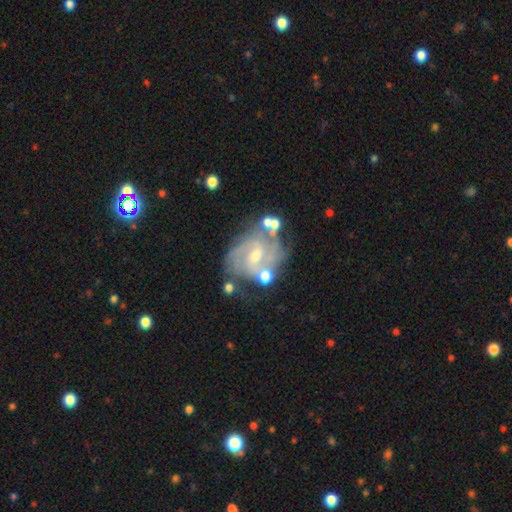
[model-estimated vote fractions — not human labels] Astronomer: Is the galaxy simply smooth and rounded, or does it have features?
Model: featured or disk — 86%.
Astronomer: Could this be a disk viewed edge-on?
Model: no — 98%.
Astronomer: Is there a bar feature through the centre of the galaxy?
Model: weak — 50% (runner-up: no, 36%).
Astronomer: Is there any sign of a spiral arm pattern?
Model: yes — 95%.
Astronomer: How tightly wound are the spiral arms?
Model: tight — 47% (runner-up: medium, 42%).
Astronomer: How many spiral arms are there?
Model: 2 — 36% (runner-up: 3, 24%).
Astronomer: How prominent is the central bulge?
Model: small — 56% (runner-up: moderate, 40%).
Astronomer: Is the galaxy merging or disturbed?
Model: none — 61%.